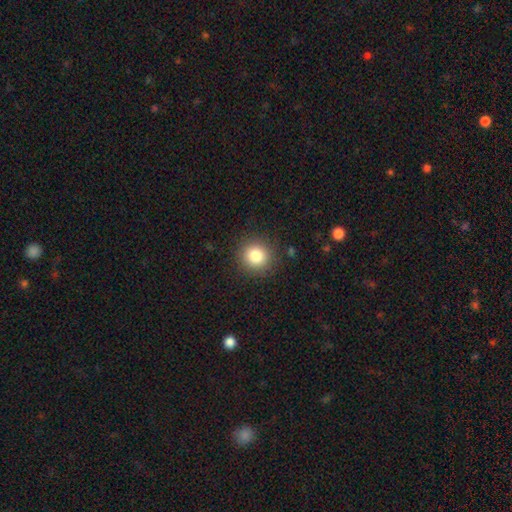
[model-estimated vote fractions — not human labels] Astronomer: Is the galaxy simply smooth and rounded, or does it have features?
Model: smooth — 83%.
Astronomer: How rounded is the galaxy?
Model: round — 92%.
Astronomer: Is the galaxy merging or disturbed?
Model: none — 89%.